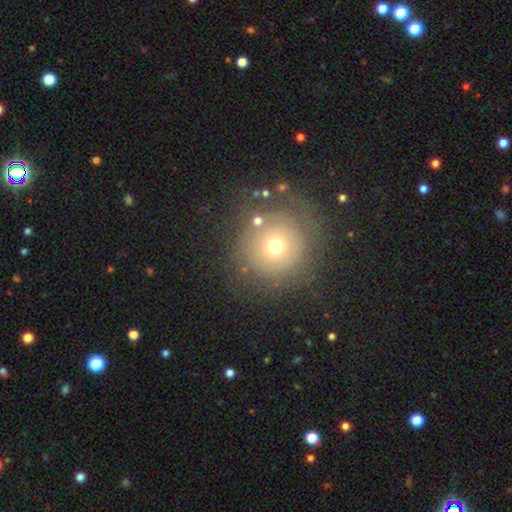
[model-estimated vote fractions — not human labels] Smooth or featured?
  - smooth: 59% *
  - featured or disk: 25%
  - star or artifact: 16%
How rounded?
  - round: 93% *
  - in between: 6%
  - cigar-shaped: 1%
Merging?
  - none: 76% *
  - minor disturbance: 13%
  - major disturbance: 8%
  - merger: 3%